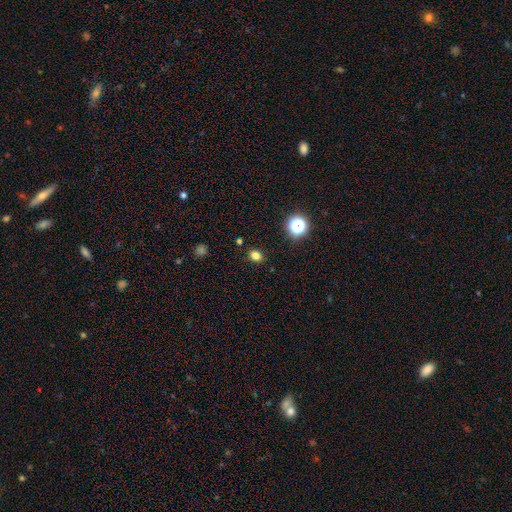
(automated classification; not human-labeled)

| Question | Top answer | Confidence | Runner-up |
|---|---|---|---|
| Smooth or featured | smooth | 78% | star or artifact (16%) |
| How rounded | in between | 57% | round (41%) |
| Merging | none | 88% | minor disturbance (8%) |